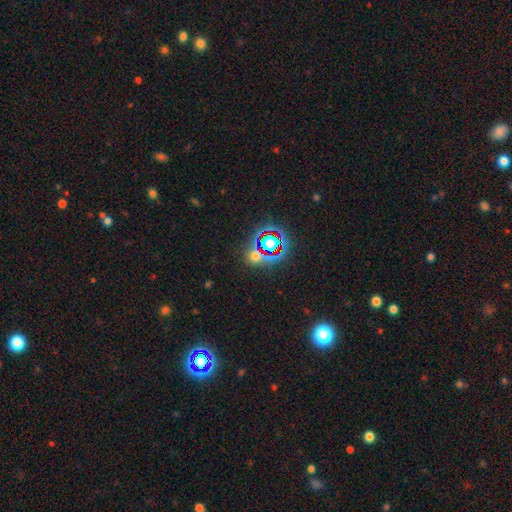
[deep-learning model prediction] Q: Smooth or featured?
A: star or artifact (53%); runner-up: smooth (38%)